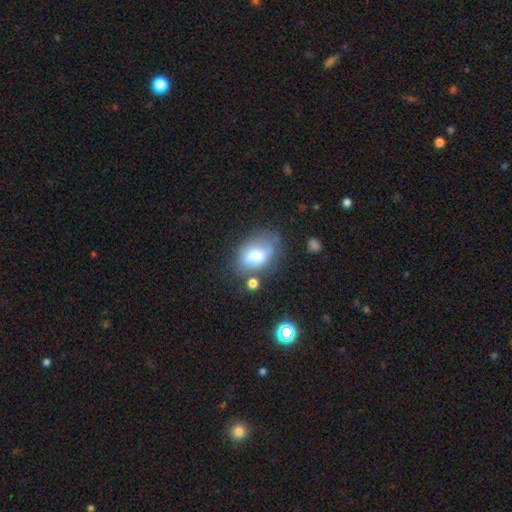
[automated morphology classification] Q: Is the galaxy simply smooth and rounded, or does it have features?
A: smooth — 58%.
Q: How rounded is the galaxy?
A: in between — 80%.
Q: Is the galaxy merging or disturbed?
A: none — 54%.